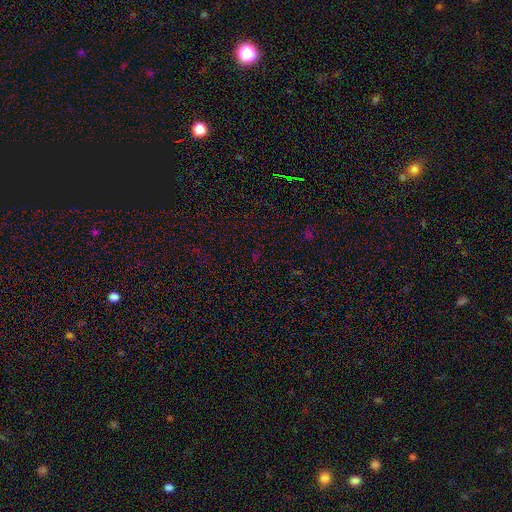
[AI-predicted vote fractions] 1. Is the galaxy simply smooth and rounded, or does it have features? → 73% star or artifact, 20% smooth, 8% featured or disk.